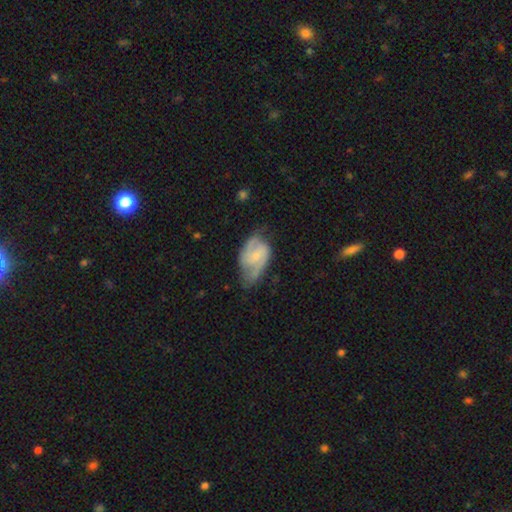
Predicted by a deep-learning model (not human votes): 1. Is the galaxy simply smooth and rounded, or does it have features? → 75% featured or disk, 19% smooth, 6% star or artifact.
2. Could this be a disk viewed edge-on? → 97% no, 3% yes.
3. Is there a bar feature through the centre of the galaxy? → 53% no, 39% weak, 8% strong.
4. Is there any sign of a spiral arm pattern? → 92% yes, 8% no.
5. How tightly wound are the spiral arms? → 50% medium, 30% tight, 21% loose.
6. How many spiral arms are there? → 79% 2, 10% can't tell, 5% 3, 3% 1, 1% 4, 1% more than 4.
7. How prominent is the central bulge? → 57% small, 28% moderate, 11% none, 2% large, 1% dominant.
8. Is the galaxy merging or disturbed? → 52% none, 31% minor disturbance, 15% major disturbance, 2% merger.